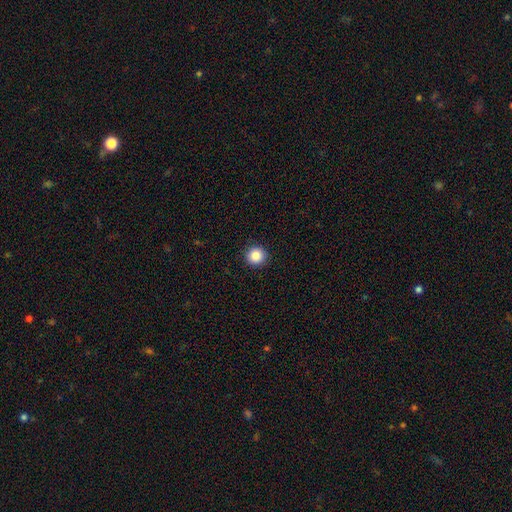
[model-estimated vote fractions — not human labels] Smooth or featured? smooth (87%)
How rounded? round (93%)
Merging? none (92%)